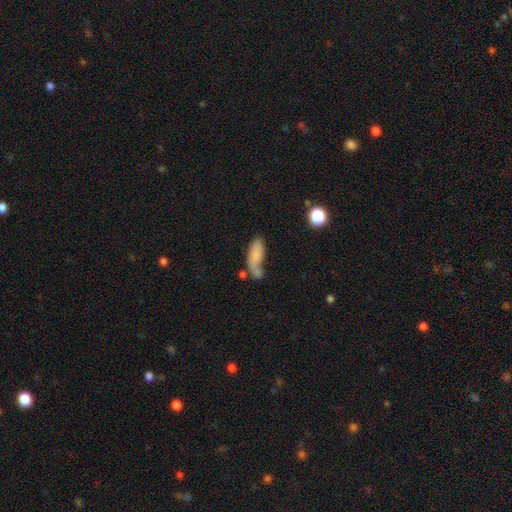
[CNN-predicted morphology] type=smooth (73%); roundness=in between (67%); merging=none (35%).